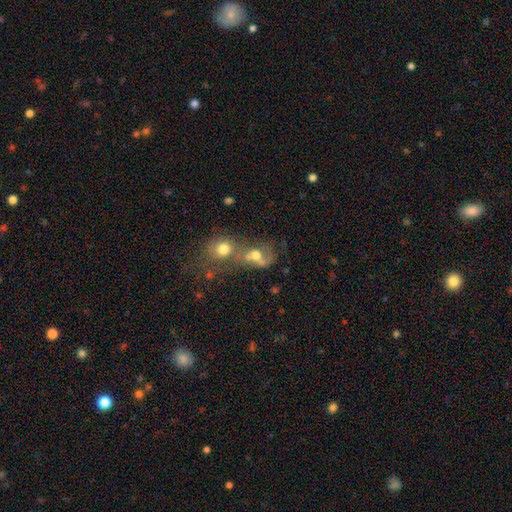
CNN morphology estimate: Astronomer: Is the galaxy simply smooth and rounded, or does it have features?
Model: smooth — 57%.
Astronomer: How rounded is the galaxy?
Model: round — 54% (runner-up: in between, 44%).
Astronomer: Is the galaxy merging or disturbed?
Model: merger — 68%.